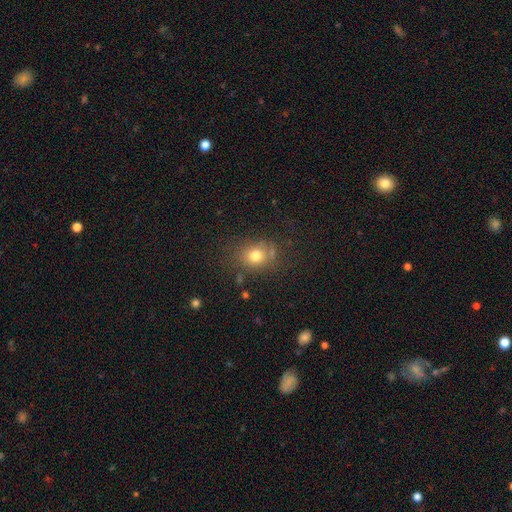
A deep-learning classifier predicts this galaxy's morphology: This is likely a smooth galaxy (75%). How rounded: likely round (62%). Merging: likely none (72%).